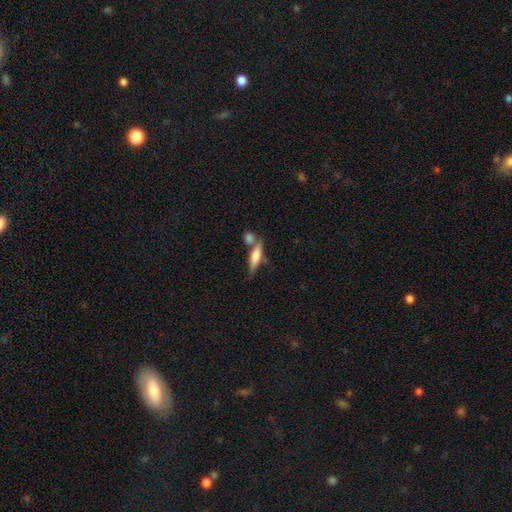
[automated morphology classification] Smooth or featured? smooth (62%)
How rounded? cigar-shaped (62%)
Merging? none (52%)